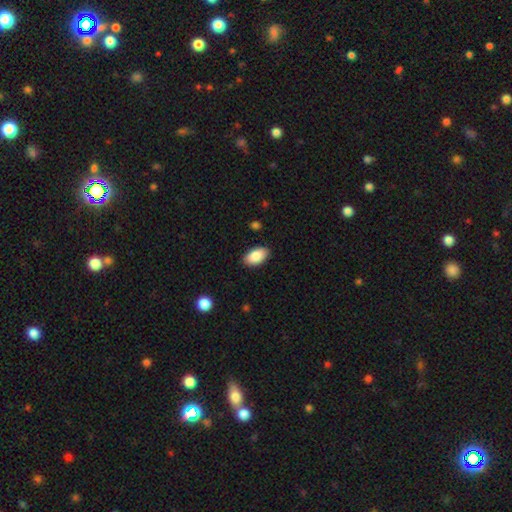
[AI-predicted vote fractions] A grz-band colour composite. It shows a smooth galaxy with no disk features (88%) that is in between round and cigar-shaped (94%). Merging: none (87%).